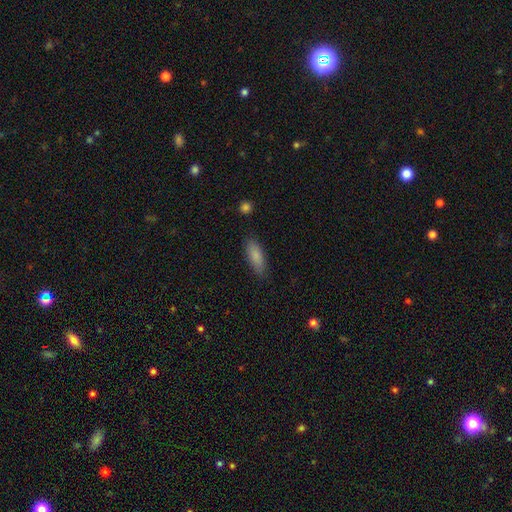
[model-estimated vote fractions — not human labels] This is clearly a smooth galaxy (86%). How rounded: likely in between (68%). Merging: clearly none (84%).